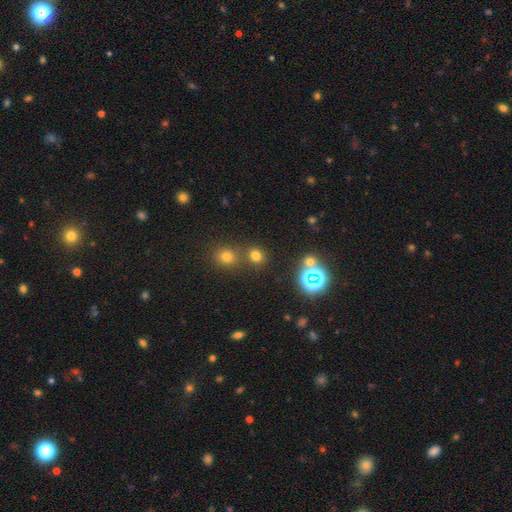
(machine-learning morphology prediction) Smooth or featured? Predicted: smooth (p=0.68). How rounded? Predicted: round (p=0.80). Merging? Predicted: none (p=0.73).